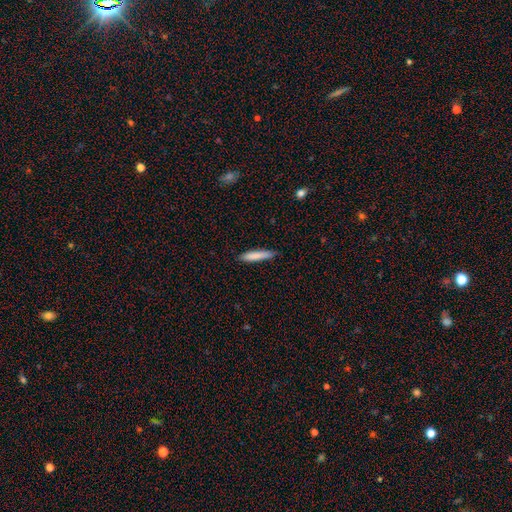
Q: Smooth or featured?
A: smooth (90%); runner-up: star or artifact (8%)
Q: How rounded?
A: cigar-shaped (89%); runner-up: in between (11%)
Q: Merging?
A: none (92%); runner-up: minor disturbance (8%)